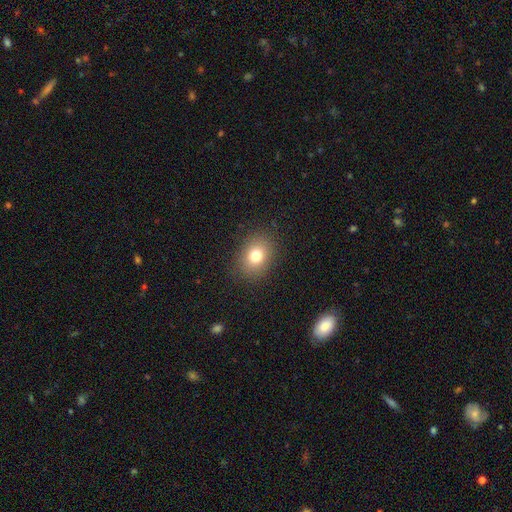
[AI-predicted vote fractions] smooth-or-featured: smooth: 78% | star or artifact: 12% | featured or disk: 10%
  how-rounded: in between: 54% | round: 45% | cigar-shaped: 1%
  merging: none: 88% | minor disturbance: 8% | major disturbance: 3% | merger: 1%